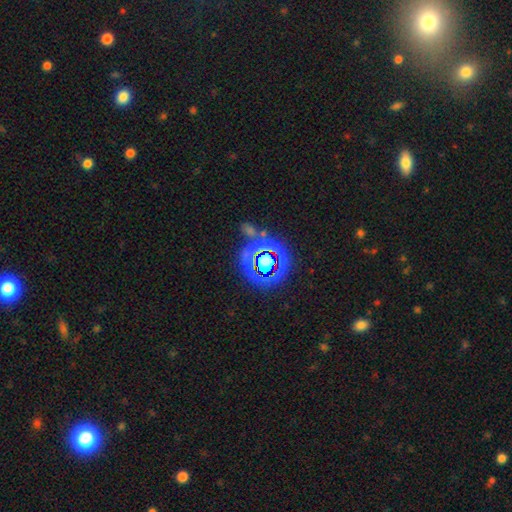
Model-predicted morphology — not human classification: The model was most divided on "smooth or featured": star or artifact: 71%, smooth: 18%, featured or disk: 11%.